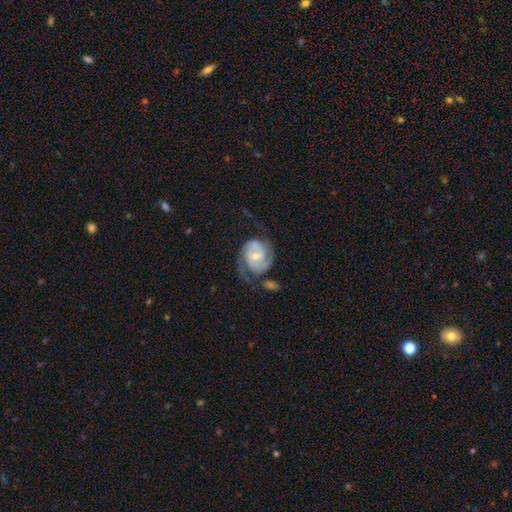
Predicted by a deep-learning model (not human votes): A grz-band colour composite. It shows a featured or disk galaxy (81%) with no bar (52%), 2 (71%) tight (45%) spiral arms (93%) and a small central bulge (54%). Merging: none (50%).